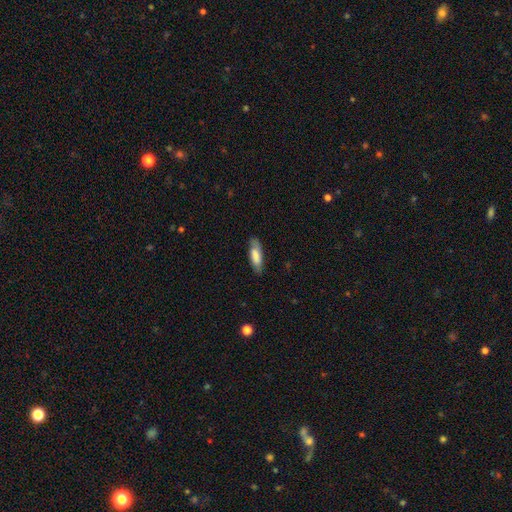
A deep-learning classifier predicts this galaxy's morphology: A smooth galaxy with no disk features (72%) that is in between round and cigar-shaped (56%).

Vote fractions:
- Smooth or featured? smooth: 72% / featured or disk: 22% / star or artifact: 6%
- How rounded? in between: 56% / cigar-shaped: 42% / round: 2%
- Merging? none: 77% / minor disturbance: 18% / major disturbance: 4% / merger: 1%